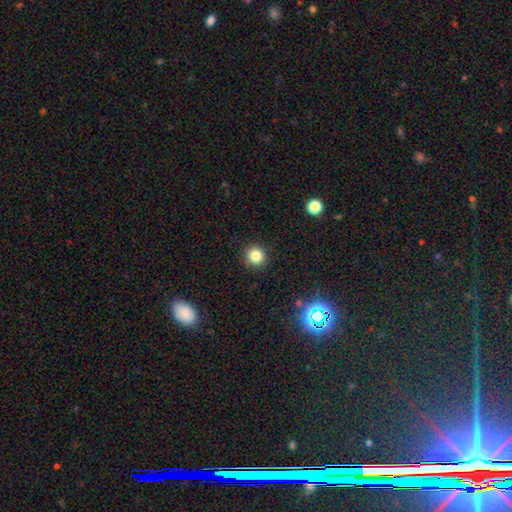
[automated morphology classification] This is clearly a smooth galaxy (83%). How rounded: clearly round (92%). Merging: clearly none (91%).